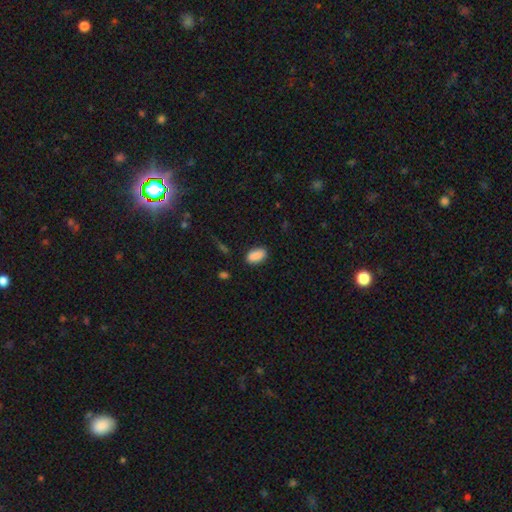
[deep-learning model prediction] Q: Smooth or featured?
A: smooth (89%); runner-up: star or artifact (8%)
Q: How rounded?
A: in between (92%); runner-up: round (4%)
Q: Merging?
A: none (85%); runner-up: minor disturbance (10%)